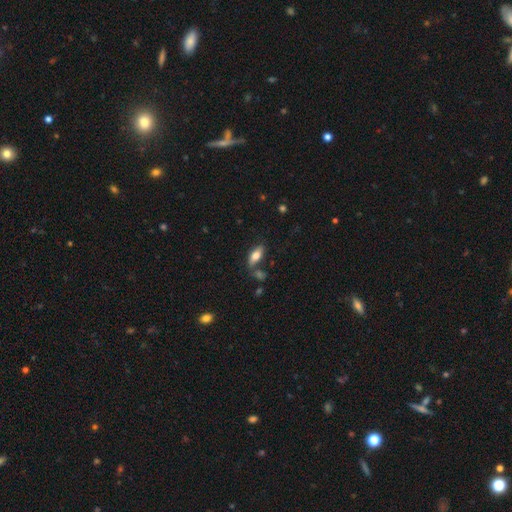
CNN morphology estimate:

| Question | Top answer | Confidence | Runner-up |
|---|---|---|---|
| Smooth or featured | smooth | 72% | featured or disk (21%) |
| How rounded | in between | 79% | cigar-shaped (19%) |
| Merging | none | 71% | minor disturbance (14%) |